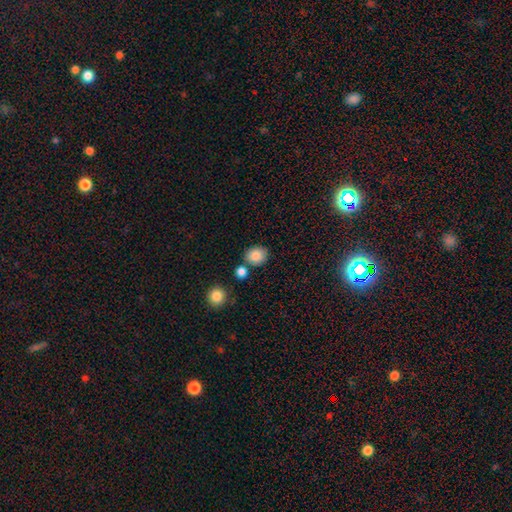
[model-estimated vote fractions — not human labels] A smooth galaxy with no disk features (85%) that is round (65%).

Vote fractions:
- Smooth or featured? smooth: 85% / star or artifact: 9% / featured or disk: 5%
- How rounded? round: 65% / in between: 34% / cigar-shaped: 1%
- Merging? none: 74% / merger: 12% / minor disturbance: 11% / major disturbance: 3%